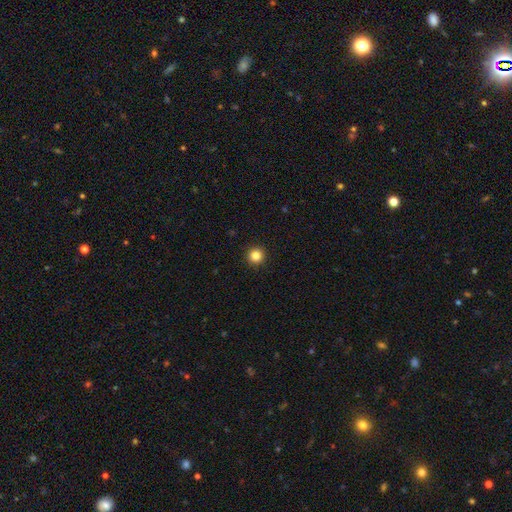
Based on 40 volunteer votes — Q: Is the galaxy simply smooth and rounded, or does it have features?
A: smooth — 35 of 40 (88%).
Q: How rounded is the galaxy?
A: round — 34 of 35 (97%).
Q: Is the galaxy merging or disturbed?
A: none — 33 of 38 (87%).